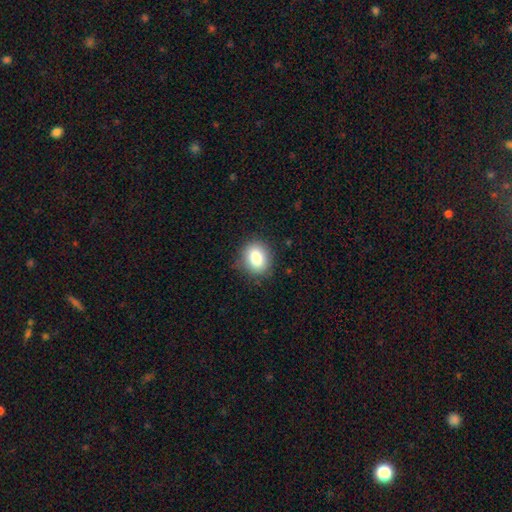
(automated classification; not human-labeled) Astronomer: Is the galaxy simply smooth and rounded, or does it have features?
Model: smooth — 83%.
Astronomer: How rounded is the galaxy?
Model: round — 56% (runner-up: in between, 43%).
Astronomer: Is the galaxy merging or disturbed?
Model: none — 85%.